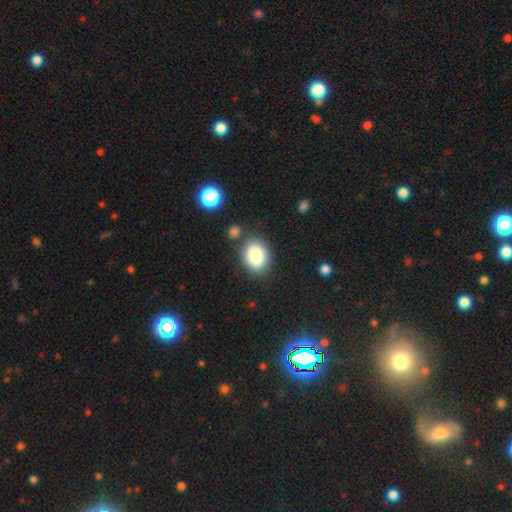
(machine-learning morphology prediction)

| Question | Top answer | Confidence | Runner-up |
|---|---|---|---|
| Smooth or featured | smooth | 87% | star or artifact (8%) |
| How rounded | in between | 65% | round (34%) |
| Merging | none | 80% | minor disturbance (11%) |